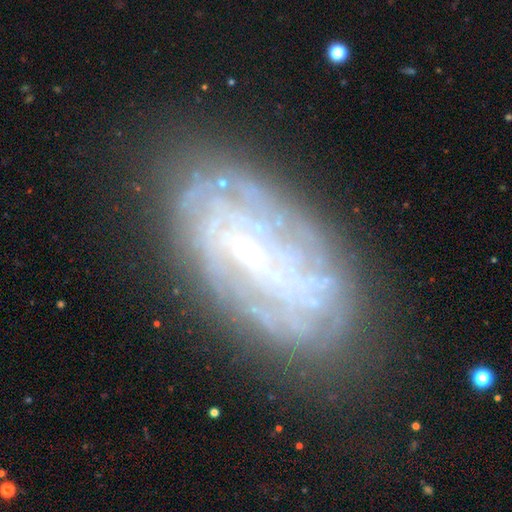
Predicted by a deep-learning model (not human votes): A featured or disk galaxy (78%) with a weak bar (44%), tight (72%) spiral arms (86%) and a small central bulge (66%).

Vote fractions:
- Smooth or featured? featured or disk: 78% / smooth: 13% / star or artifact: 9%
- Edge-on disk? no: 93% / yes: 7%
- Bar? weak: 44% / no: 34% / strong: 22%
- Spiral arms? yes: 86% / no: 14%
- Spiral winding? tight: 72% / medium: 21% / loose: 7%
- Spiral arm count? can't tell: 53% / 4: 11% / 2: 11% / more than 4: 11% / 3: 8% / 1: 5%
- Bulge size? small: 66% / moderate: 24% / none: 6% / large: 2% / dominant: 1%
- Merging? none: 75% / minor disturbance: 16% / major disturbance: 7% / merger: 2%